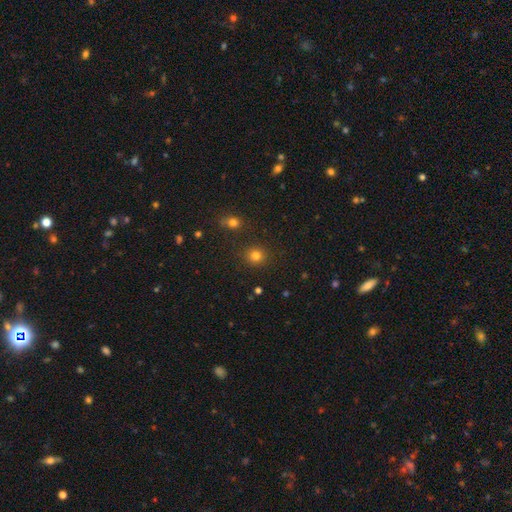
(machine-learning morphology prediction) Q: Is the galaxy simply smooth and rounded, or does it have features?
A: smooth — 80%.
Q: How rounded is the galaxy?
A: round — 89%.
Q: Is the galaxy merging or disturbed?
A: none — 86%.